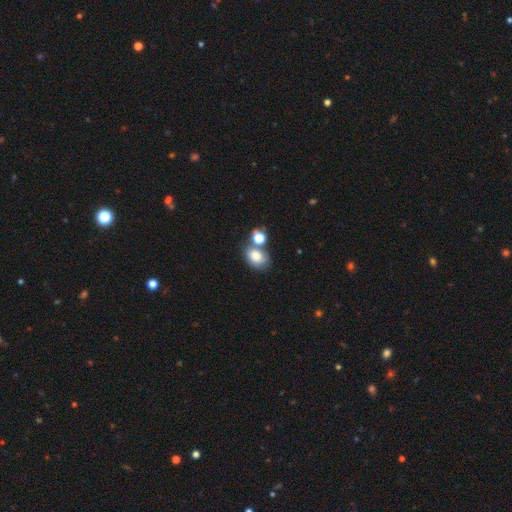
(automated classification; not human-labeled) smooth 78%, featured or disk 12%, star or artifact 11%. Down the decision tree: how rounded — in between (69%); merging — none (49%).